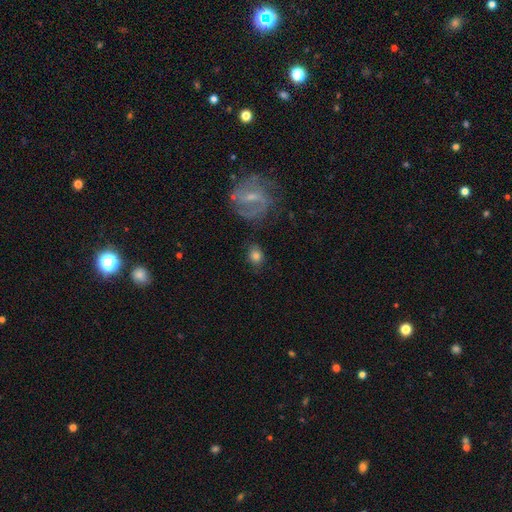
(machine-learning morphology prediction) The model was most divided on "how rounded": round: 52%, in between: 47%, cigar-shaped: 2%. More confident: merging — none (78%); smooth or featured — smooth (71%).